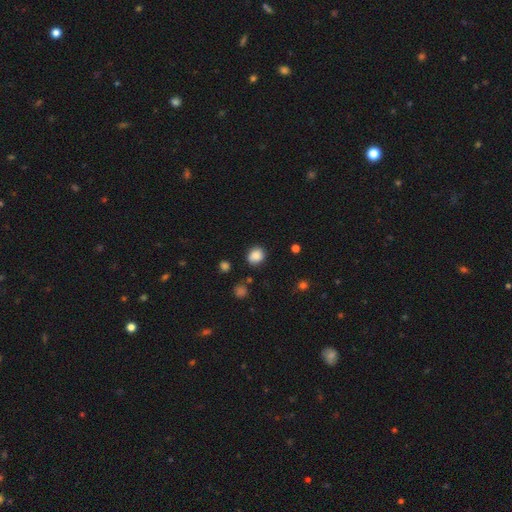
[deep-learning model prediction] A smooth galaxy with no disk features (85%) that is round (71%).

Vote fractions:
- Smooth or featured? smooth: 85% / star or artifact: 10% / featured or disk: 5%
- How rounded? round: 71% / in between: 28% / cigar-shaped: 1%
- Merging? none: 78% / minor disturbance: 16% / major disturbance: 4% / merger: 3%